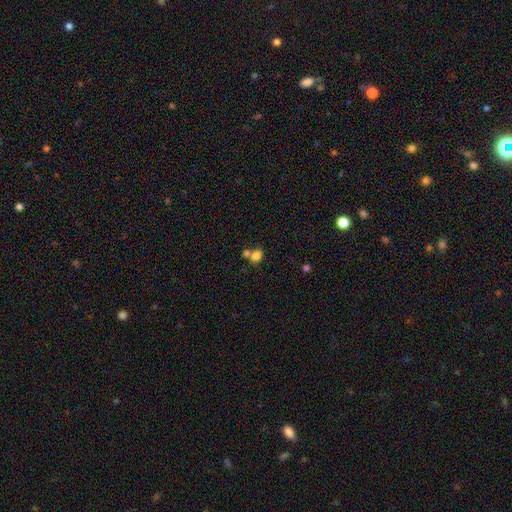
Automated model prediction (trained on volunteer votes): A smooth galaxy with no disk features (80%) that is in between round and cigar-shaped (62%).

Vote fractions:
- Smooth or featured? smooth: 80% / star or artifact: 11% / featured or disk: 8%
- How rounded? in between: 62% / round: 37% / cigar-shaped: 1%
- Merging? none: 47% / merger: 39% / minor disturbance: 10% / major disturbance: 4%